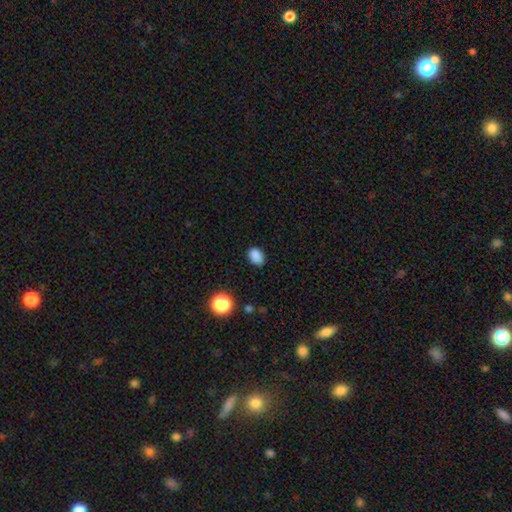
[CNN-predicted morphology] A smooth galaxy with no disk features (86%) that is in between round and cigar-shaped (72%).

Vote fractions:
- Smooth or featured? smooth: 86% / star or artifact: 11% / featured or disk: 3%
- How rounded? in between: 72% / round: 27% / cigar-shaped: 1%
- Merging? none: 85% / minor disturbance: 11% / major disturbance: 3% / merger: 1%